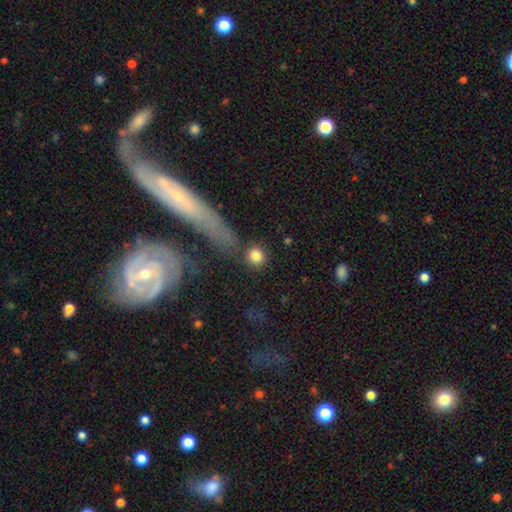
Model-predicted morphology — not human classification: Smooth or featured? Predicted: smooth (p=0.83). How rounded? Predicted: round (p=0.89). Merging? Predicted: none (p=0.82).